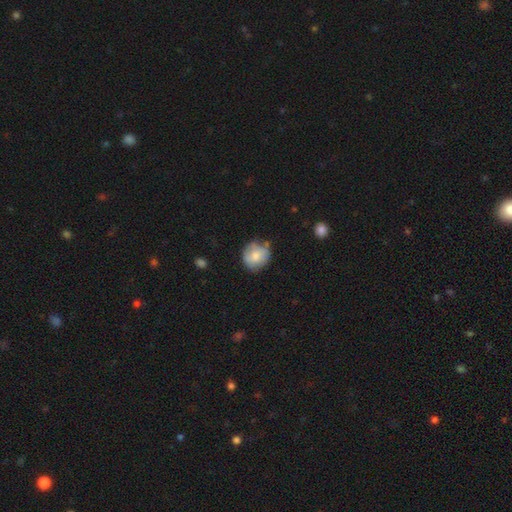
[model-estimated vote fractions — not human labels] smooth 73%, featured or disk 20%, star or artifact 7%. Down the decision tree: how rounded — round (84%); merging — none (66%).